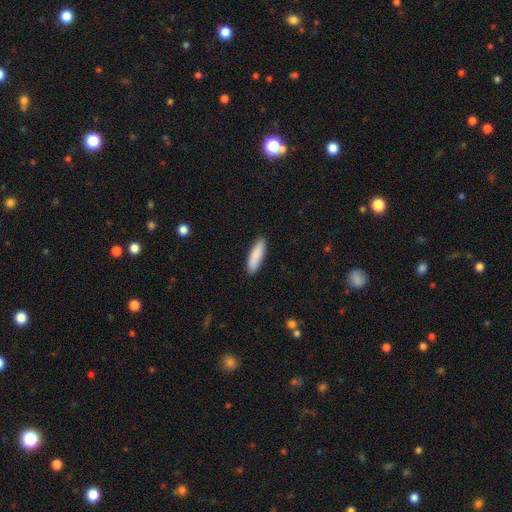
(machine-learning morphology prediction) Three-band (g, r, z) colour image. It shows a smooth galaxy with no disk features (88%) that is cigar-shaped (59%). Merging: none (89%).